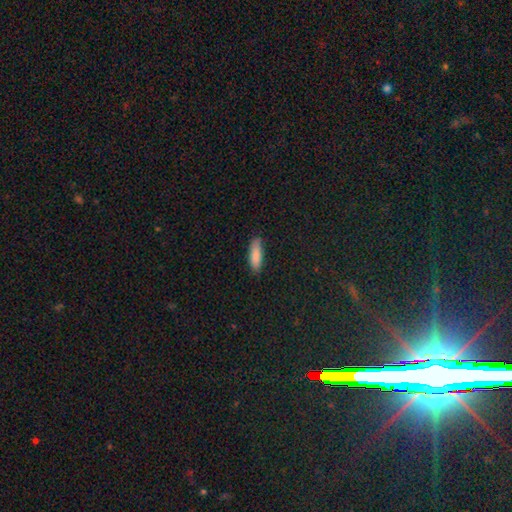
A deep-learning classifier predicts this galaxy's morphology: This appears to be a smooth galaxy with no disk features (87%) that is in between round and cigar-shaped (53%). Merging: none (82%).